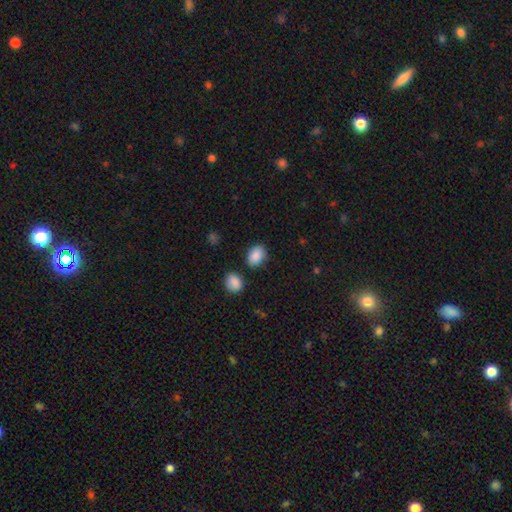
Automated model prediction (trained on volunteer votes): Smooth or featured?
  - smooth: 88% *
  - star or artifact: 8%
  - featured or disk: 4%
How rounded?
  - in between: 75% *
  - round: 24%
  - cigar-shaped: 1%
Merging?
  - none: 79% *
  - minor disturbance: 13%
  - merger: 5%
  - major disturbance: 3%